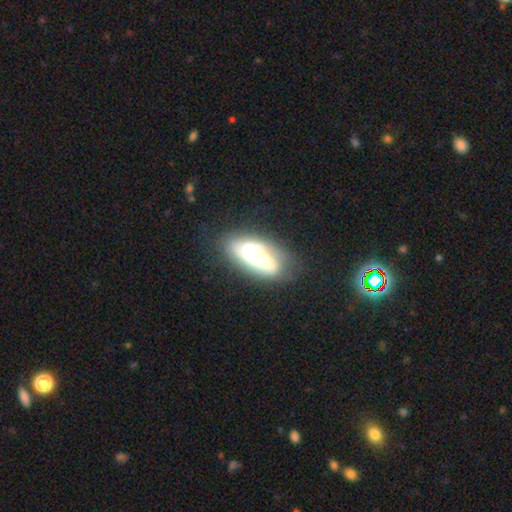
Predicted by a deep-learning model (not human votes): Smooth or featured? Predicted: featured or disk (p=0.65). Edge-on disk? Predicted: no (p=0.91). Bar? Predicted: no (p=0.51). Spiral arms? Predicted: yes (p=0.89). Spiral winding? Predicted: tight (p=0.43). Spiral arm count? Predicted: 2 (p=0.50). Bulge size? Predicted: moderate (p=0.40). Merging? Predicted: none (p=0.67).